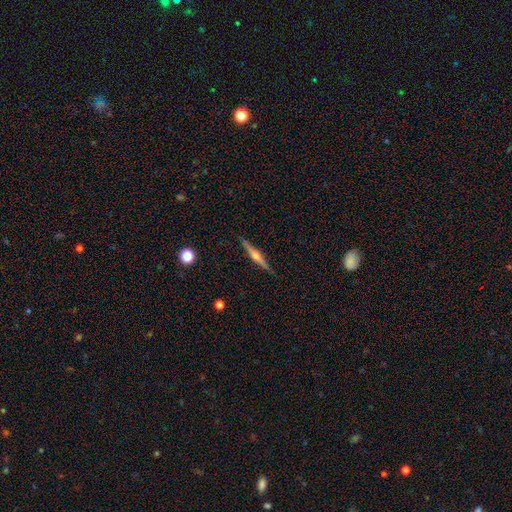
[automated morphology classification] This appears to be a featured or disk galaxy (77%) viewed edge-on (98%) with a rounded central bulge (88%). Merging: none (91%).